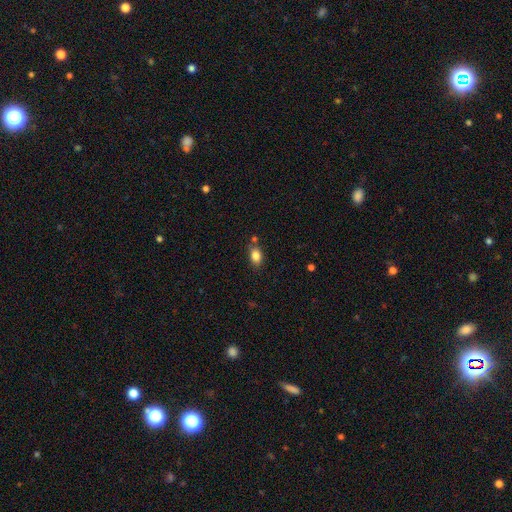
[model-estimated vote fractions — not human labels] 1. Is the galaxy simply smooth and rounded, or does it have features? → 84% smooth, 9% star or artifact, 7% featured or disk.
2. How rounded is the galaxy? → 82% in between, 15% round, 2% cigar-shaped.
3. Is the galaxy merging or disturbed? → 74% none, 15% minor disturbance, 8% merger, 3% major disturbance.